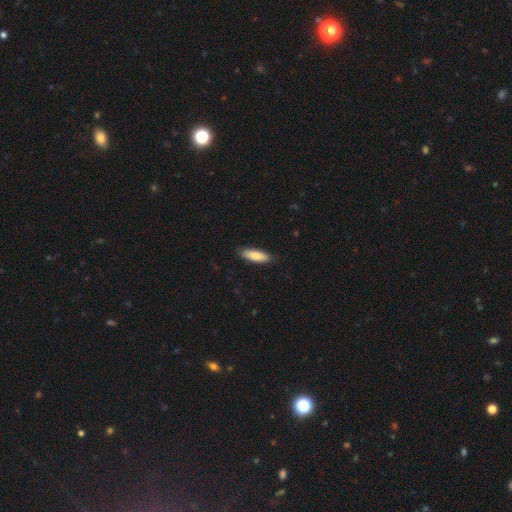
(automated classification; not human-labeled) A smooth galaxy with no disk features (85%) that is cigar-shaped (51%).

Vote fractions:
- Smooth or featured? smooth: 85% / featured or disk: 9% / star or artifact: 6%
- How rounded? cigar-shaped: 51% / in between: 47% / round: 1%
- Merging? none: 87% / minor disturbance: 10% / major disturbance: 2% / merger: 1%